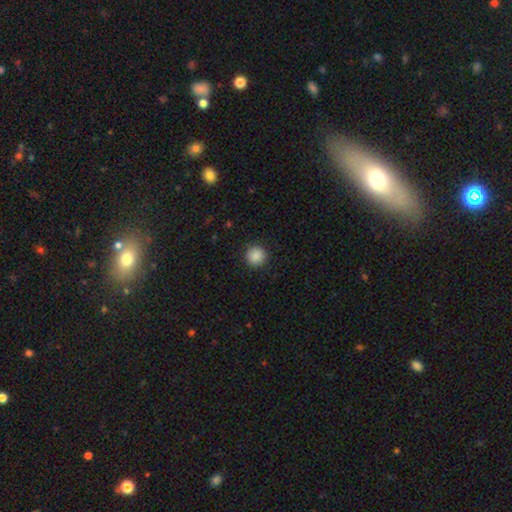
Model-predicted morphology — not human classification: Smooth or featured? Predicted: smooth (p=0.88). How rounded? Predicted: round (p=0.94). Merging? Predicted: none (p=0.92).